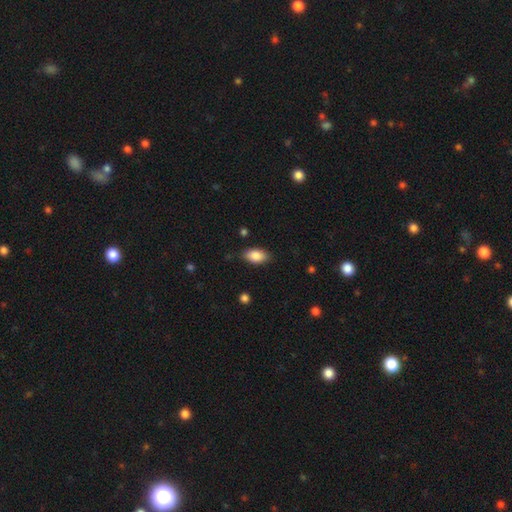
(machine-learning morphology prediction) Smooth or featured?
  - smooth: 85% *
  - featured or disk: 8%
  - star or artifact: 7%
How rounded?
  - in between: 92% *
  - round: 5%
  - cigar-shaped: 3%
Merging?
  - none: 83% *
  - minor disturbance: 13%
  - major disturbance: 3%
  - merger: 1%